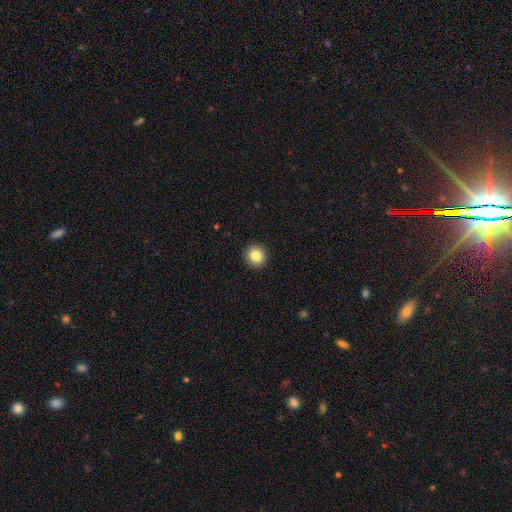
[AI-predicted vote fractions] Overall: smooth (85%). How rounded: round (91%). Merging: none (93%).